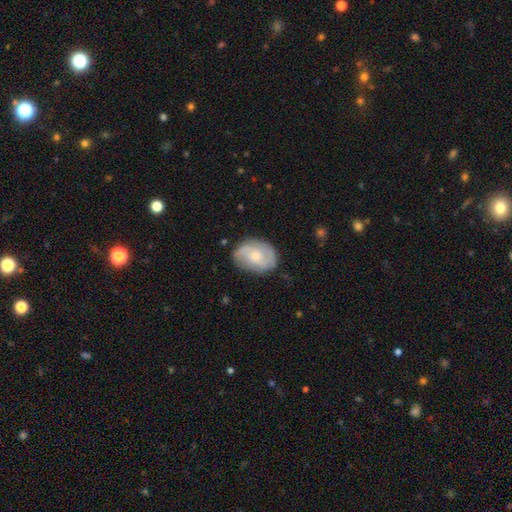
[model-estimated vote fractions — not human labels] Smooth or featured? Predicted: featured or disk (p=0.52). Edge-on disk? Predicted: no (p=0.97). Merging? Predicted: none (p=0.73).